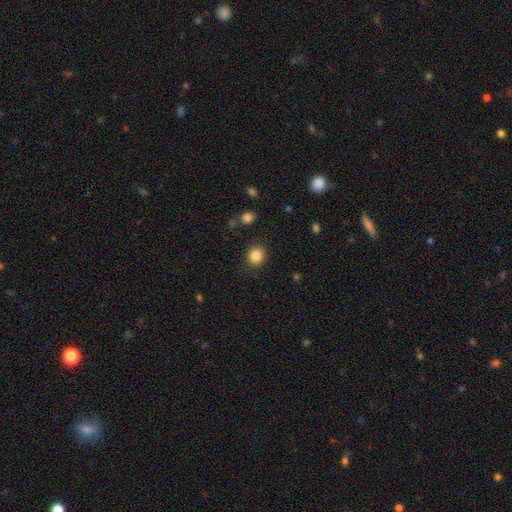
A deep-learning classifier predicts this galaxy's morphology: Smooth or featured? smooth (85%)
How rounded? round (78%)
Merging? none (87%)